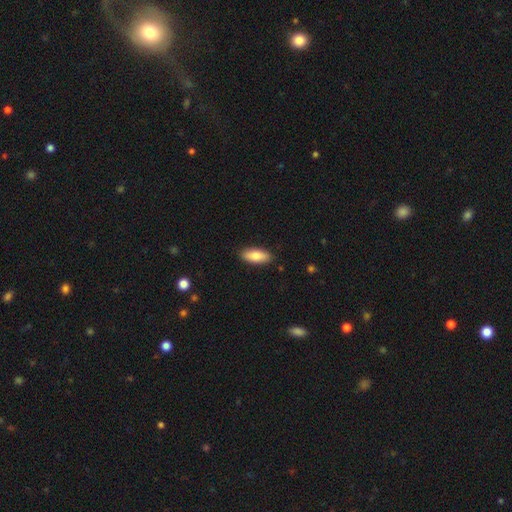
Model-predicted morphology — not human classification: Smooth or featured? Predicted: smooth (p=0.81). How rounded? Predicted: in between (p=0.77). Merging? Predicted: none (p=0.89).